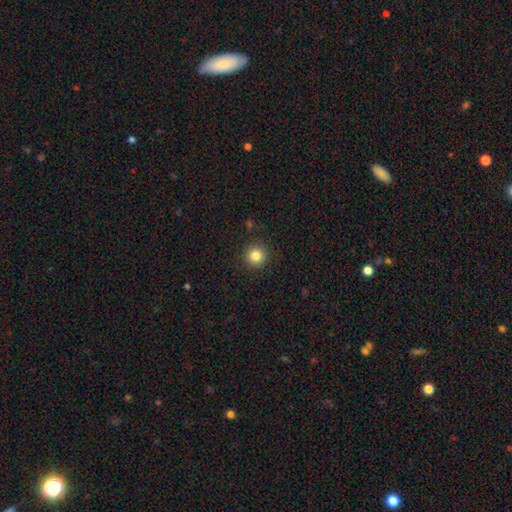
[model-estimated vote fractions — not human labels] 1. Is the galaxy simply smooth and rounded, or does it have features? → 83% smooth, 11% star or artifact, 5% featured or disk.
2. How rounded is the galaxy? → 95% round, 4% in between, 1% cigar-shaped.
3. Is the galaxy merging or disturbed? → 91% none, 6% minor disturbance, 2% major disturbance, 1% merger.